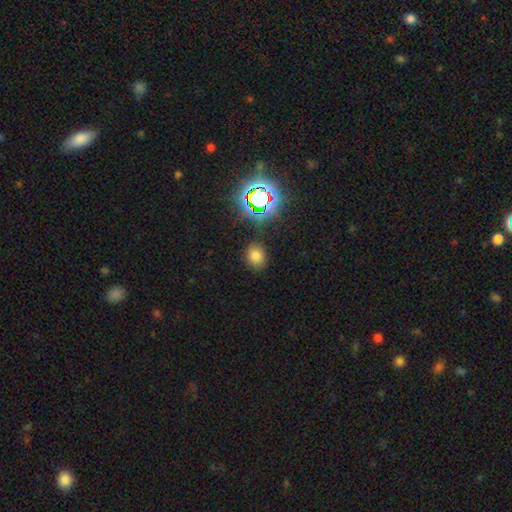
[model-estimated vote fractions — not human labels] smooth-or-featured: smooth: 71% | star or artifact: 21% | featured or disk: 7%
  how-rounded: round: 56% | in between: 43% | cigar-shaped: 1%
  merging: none: 84% | minor disturbance: 11% | major disturbance: 3% | merger: 2%